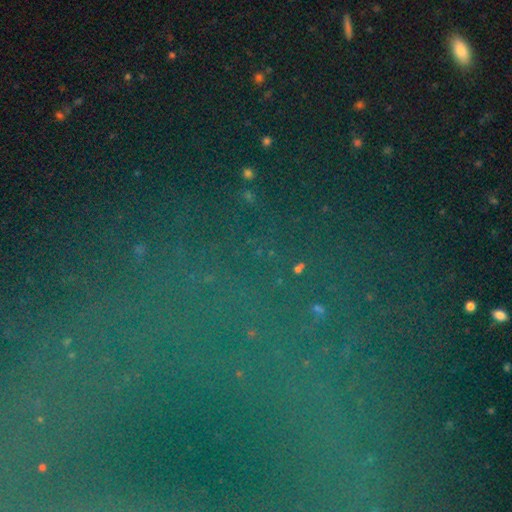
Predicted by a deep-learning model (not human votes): This is likely a star or artifact rather than a galaxy (76%).